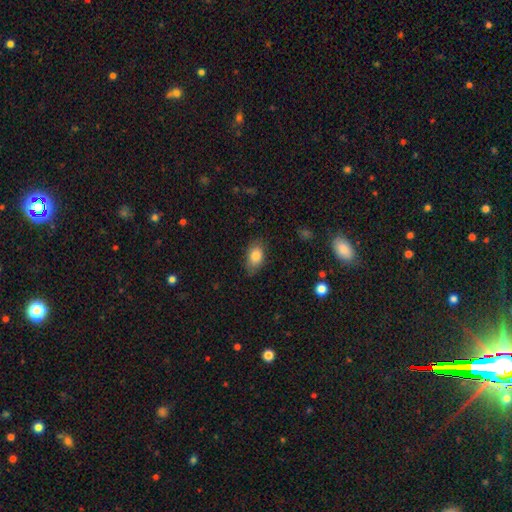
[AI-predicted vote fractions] Smooth or featured: smooth — 82% (featured or disk — 10%)
How rounded: in between — 88% (round — 10%)
Merging: none — 75% (minor disturbance — 19%)